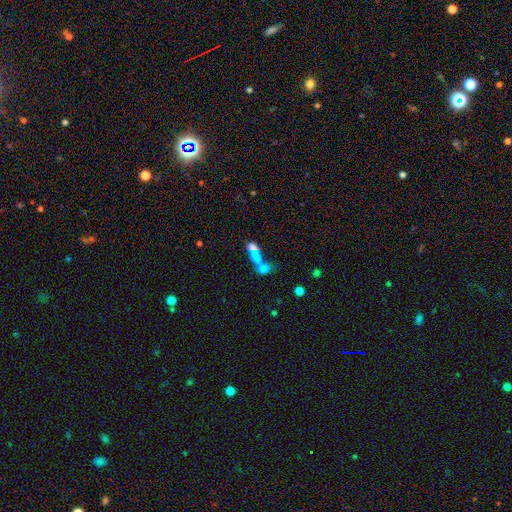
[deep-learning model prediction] Smooth or featured?
  - smooth: 66% *
  - featured or disk: 21%
  - star or artifact: 13%
How rounded?
  - in between: 68% *
  - round: 20%
  - cigar-shaped: 12%
Merging?
  - merger: 67% *
  - none: 18%
  - major disturbance: 9%
  - minor disturbance: 7%